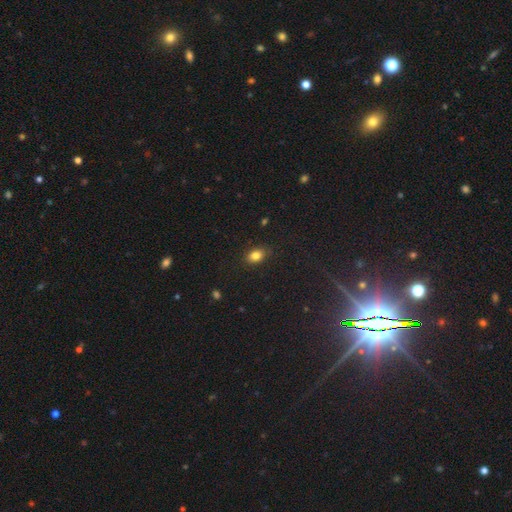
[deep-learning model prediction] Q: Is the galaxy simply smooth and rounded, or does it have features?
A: smooth — 83%.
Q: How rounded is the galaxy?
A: in between — 74%.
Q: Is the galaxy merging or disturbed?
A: none — 84%.